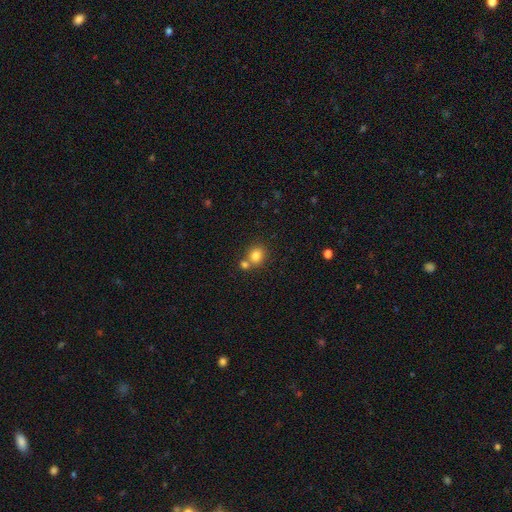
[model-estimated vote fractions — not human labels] smooth_or_featured: smooth (p=0.82) [alt: star or artifact p=0.11]
how_rounded: round (p=0.76) [alt: in between p=0.23]
merging: none (p=0.58) [alt: merger p=0.30]